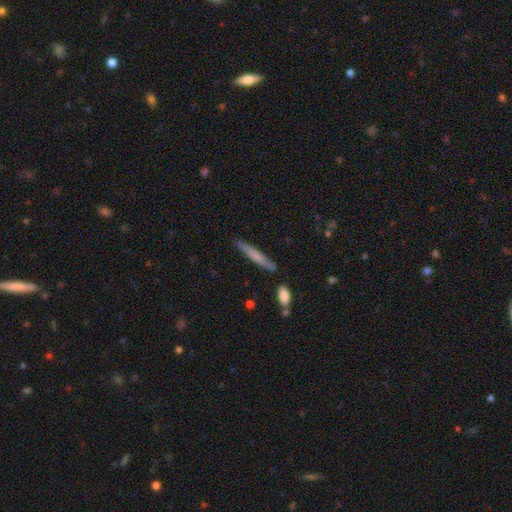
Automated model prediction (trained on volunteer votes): A smooth galaxy with no disk features (61%) that is cigar-shaped (95%).

Vote fractions:
- Smooth or featured? smooth: 61% / featured or disk: 33% / star or artifact: 6%
- How rounded? cigar-shaped: 95% / in between: 4% / round: 1%
- Merging? none: 86% / minor disturbance: 10% / merger: 3% / major disturbance: 2%